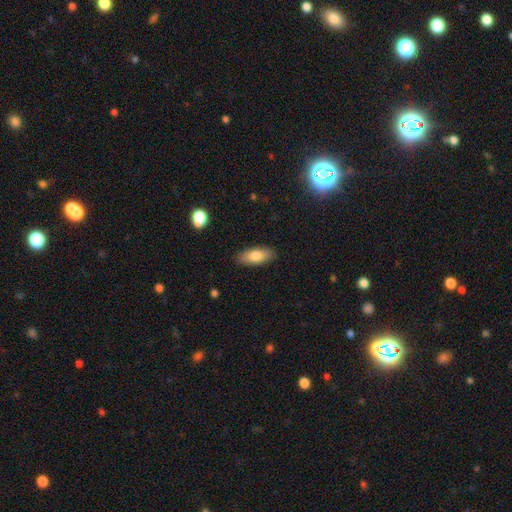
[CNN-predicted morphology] Smooth or featured: smooth — 78% (featured or disk — 15%)
How rounded: in between — 79% (cigar-shaped — 18%)
Merging: none — 88% (minor disturbance — 9%)